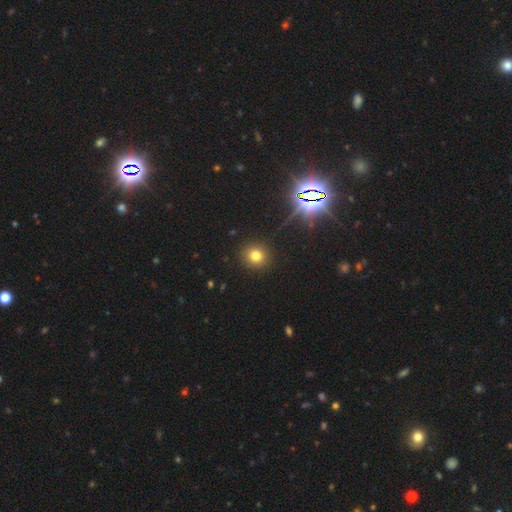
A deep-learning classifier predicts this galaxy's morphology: A smooth galaxy with no disk features (73%) that is round (90%). Merging: none (91%).